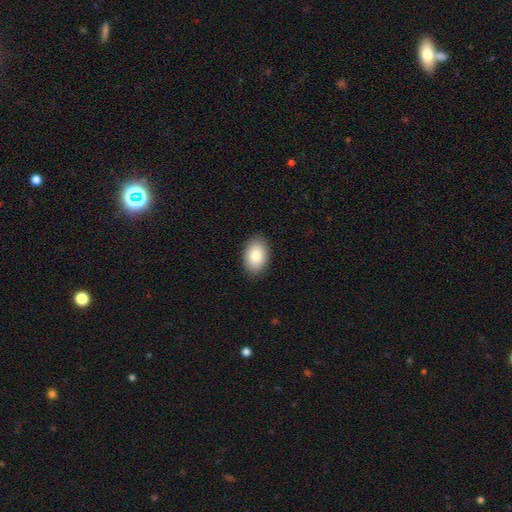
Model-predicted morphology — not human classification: Smooth or featured?
  - smooth: 86% *
  - featured or disk: 7%
  - star or artifact: 7%
How rounded?
  - in between: 89% *
  - round: 10%
  - cigar-shaped: 1%
Merging?
  - none: 89% *
  - minor disturbance: 8%
  - major disturbance: 2%
  - merger: 1%